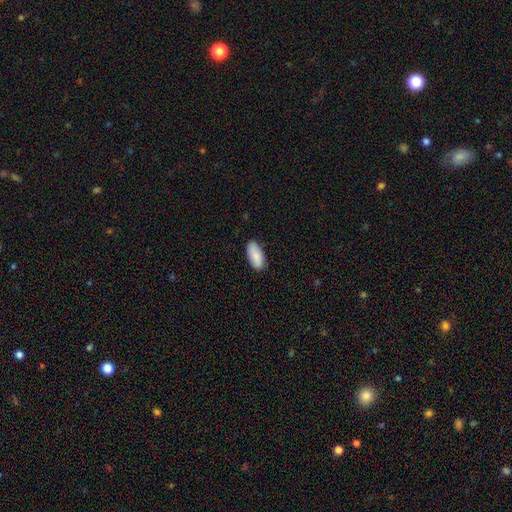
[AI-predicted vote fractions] Overall: smooth (88%). How rounded: in between (90%). Merging: none (86%).